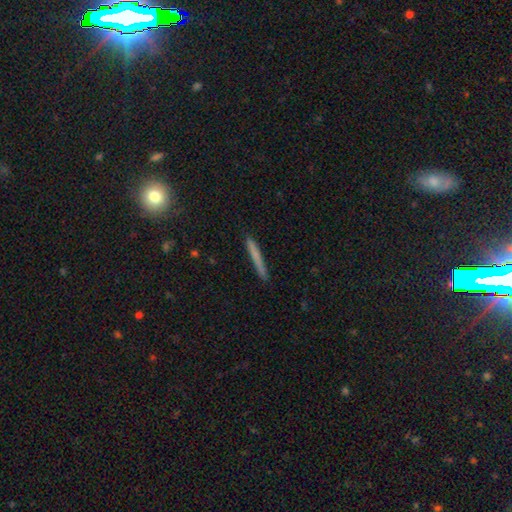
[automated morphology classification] Q: Smooth or featured?
A: smooth (70%); runner-up: featured or disk (23%)
Q: How rounded?
A: cigar-shaped (96%); runner-up: in between (2%)
Q: Merging?
A: none (89%); runner-up: minor disturbance (8%)